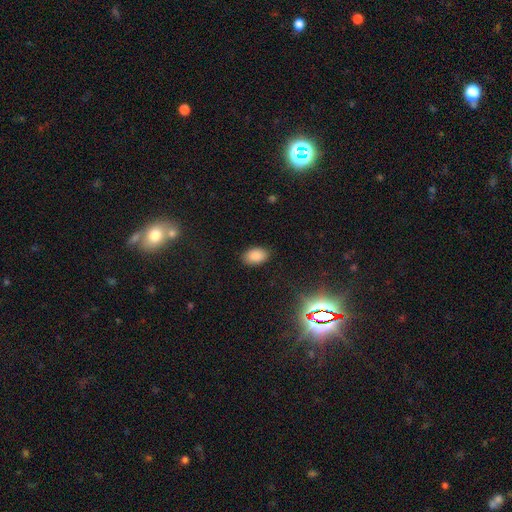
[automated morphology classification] Smooth or featured? smooth (84%)
How rounded? in between (89%)
Merging? none (86%)